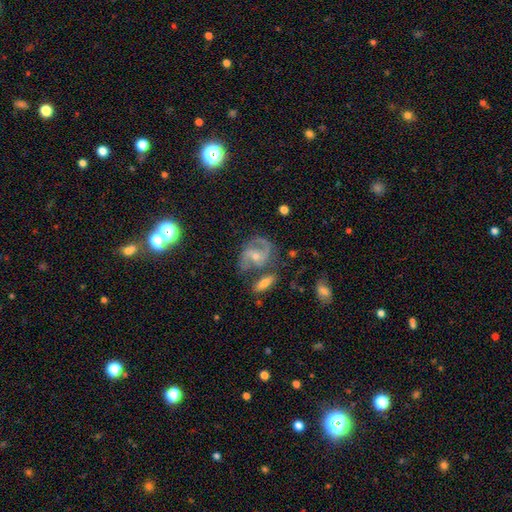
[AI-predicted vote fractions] smooth-or-featured: featured or disk: 82% | star or artifact: 10% | smooth: 8%
  disk-edge-on: no: 97% | yes: 3%
    bar: no: 45% | weak: 39% | strong: 16%
    has-spiral-arms: yes: 95% | no: 5%
      spiral-winding: medium: 56% | tight: 27% | loose: 18%
      spiral-arm-count: 2: 81% | can't tell: 7% | 3: 6% | 1: 4% | 4: 2% | more than 4: 2%
    bulge-size: small: 53% | moderate: 41% | none: 3% | large: 2% | dominant: 1%
  merging: none: 58% | minor disturbance: 17% | merger: 15% | major disturbance: 10%